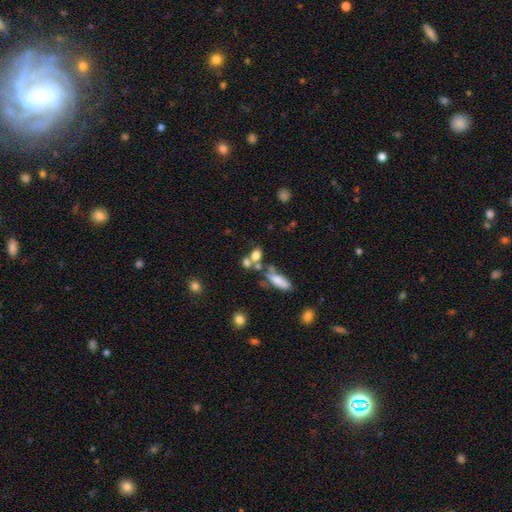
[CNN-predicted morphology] Overall: smooth (71%). How rounded: in between (51%; round 42%). Merging: merger (42%; none 39%).